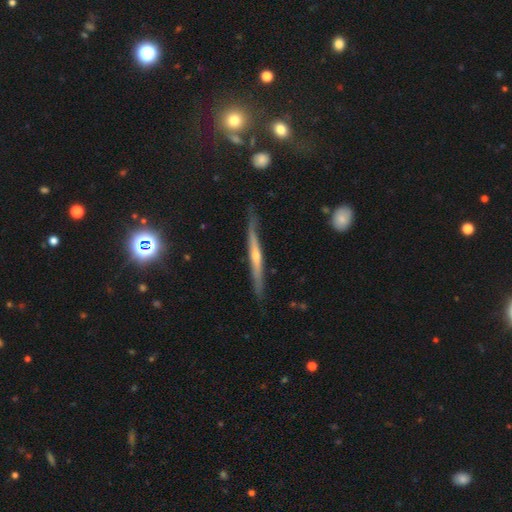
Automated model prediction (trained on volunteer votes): Smooth or featured?
  - featured or disk: 78% *
  - smooth: 15%
  - star or artifact: 7%
Edge-on disk?
  - yes: 97% *
  - no: 3%
Edge-on bulge?
  - rounded: 77% *
  - none: 17%
  - boxy: 6%
Merging?
  - none: 87% *
  - minor disturbance: 10%
  - major disturbance: 2%
  - merger: 2%